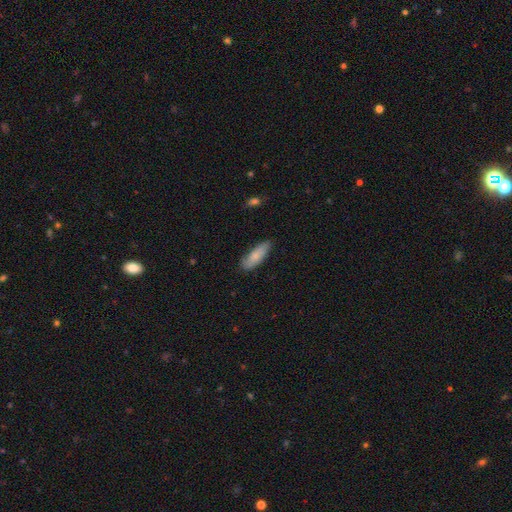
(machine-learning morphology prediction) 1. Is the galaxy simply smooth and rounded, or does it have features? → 75% smooth, 19% featured or disk, 6% star or artifact.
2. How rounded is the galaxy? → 61% in between, 37% cigar-shaped, 2% round.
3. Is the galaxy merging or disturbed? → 77% none, 18% minor disturbance, 3% major disturbance, 1% merger.